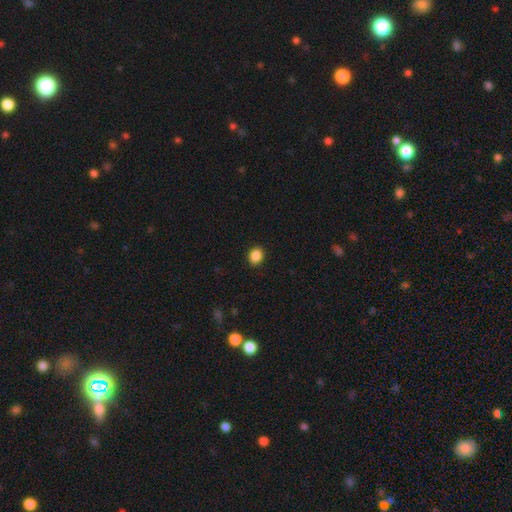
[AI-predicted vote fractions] The model was most divided on "how rounded": round: 51%, in between: 48%, cigar-shaped: 1%. More confident: merging — none (91%); smooth or featured — smooth (88%).